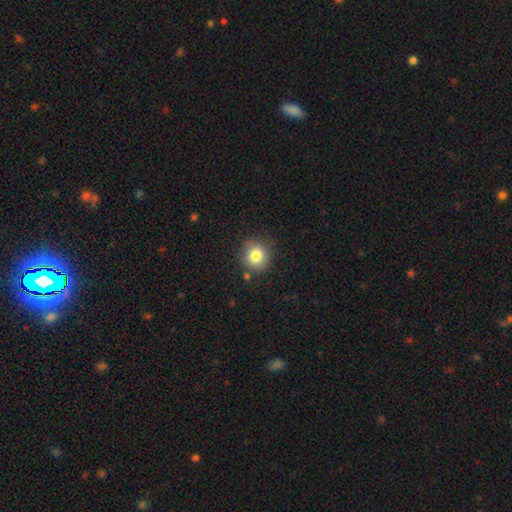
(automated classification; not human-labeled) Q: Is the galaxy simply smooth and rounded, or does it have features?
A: smooth — 81%.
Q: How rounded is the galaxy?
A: round — 87%.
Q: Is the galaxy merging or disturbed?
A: none — 84%.